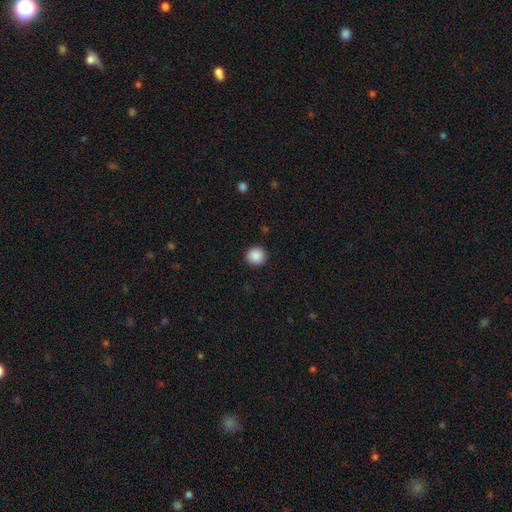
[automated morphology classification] Q: Smooth or featured?
A: smooth (88%); runner-up: star or artifact (9%)
Q: How rounded?
A: round (94%); runner-up: in between (5%)
Q: Merging?
A: none (92%); runner-up: minor disturbance (5%)